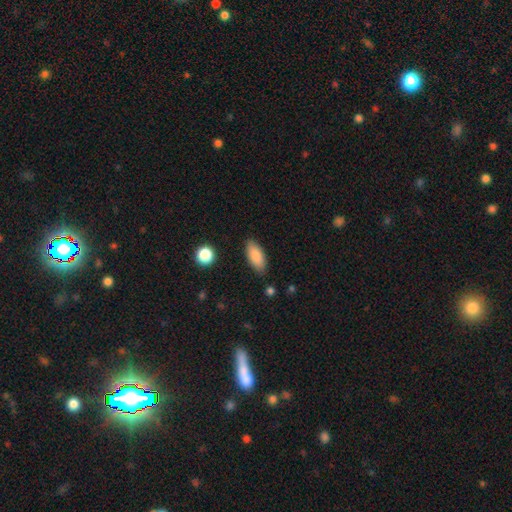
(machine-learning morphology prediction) Overall: smooth (85%). How rounded: in between (84%). Merging: none (84%).